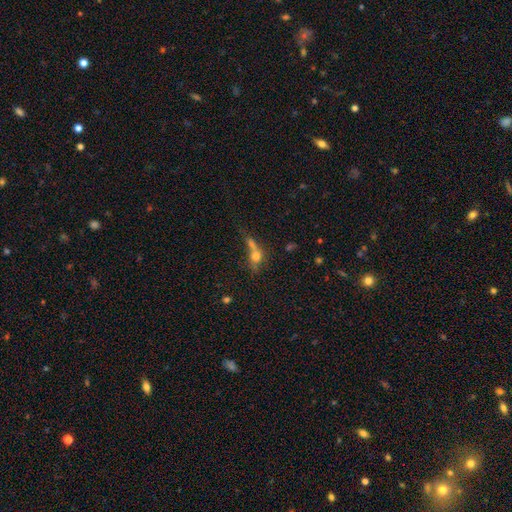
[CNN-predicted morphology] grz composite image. It shows a smooth galaxy with no disk features (56%) that is in between round and cigar-shaped (44%). Merging: merger (42%).